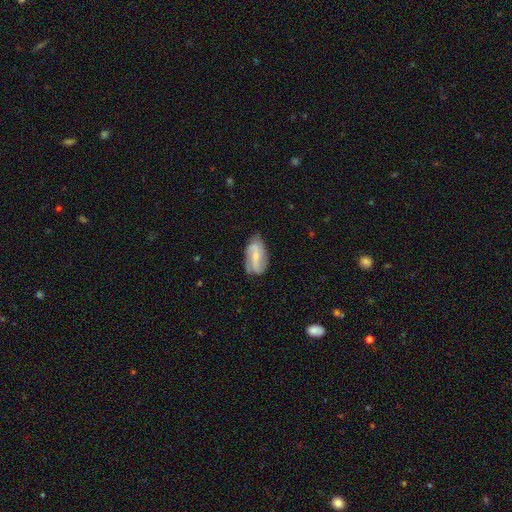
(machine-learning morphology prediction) smooth_or_featured: featured or disk (p=0.69) [alt: smooth p=0.25]
disk_edge_on: no (p=0.96) [alt: yes p=0.04]
bar: weak (p=0.44) [alt: no p=0.35]
has_spiral_arms: yes (p=0.91) [alt: no p=0.09]
spiral_winding: medium (p=0.43) [alt: loose p=0.34]
spiral_arm_count: 2 (p=0.59) [alt: 3 p=0.17]
bulge_size: small (p=0.56) [alt: moderate p=0.31]
merging: none (p=0.67) [alt: minor disturbance p=0.24]